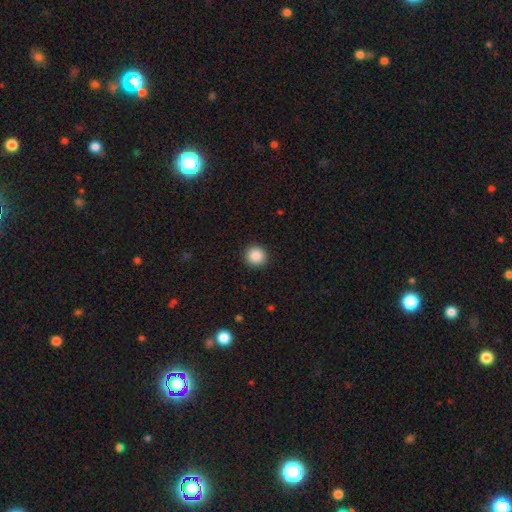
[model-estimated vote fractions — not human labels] Q: Smooth or featured?
A: smooth (88%); runner-up: star or artifact (9%)
Q: How rounded?
A: round (93%); runner-up: in between (6%)
Q: Merging?
A: none (92%); runner-up: minor disturbance (5%)